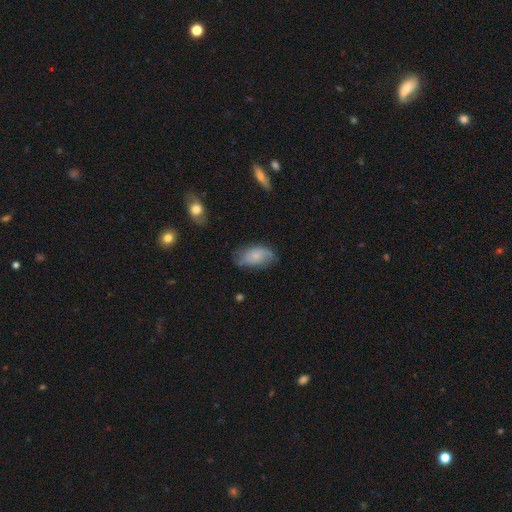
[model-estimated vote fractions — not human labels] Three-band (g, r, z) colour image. It shows a smooth galaxy with no disk features (59%) that is in between round and cigar-shaped (92%). Merging: none (63%).